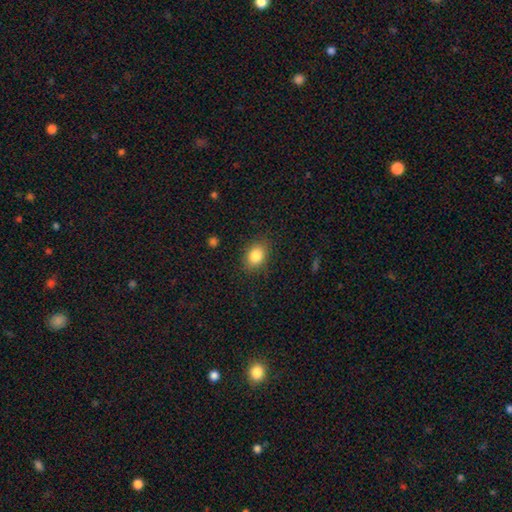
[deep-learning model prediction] Smooth or featured? smooth (85%)
How rounded? in between (67%)
Merging? none (85%)